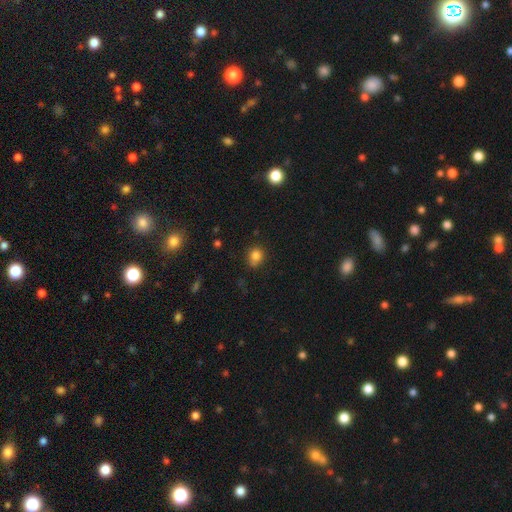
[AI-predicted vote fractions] Morphology: type=smooth (81%); roundness=round (75%); merging=none (62%).